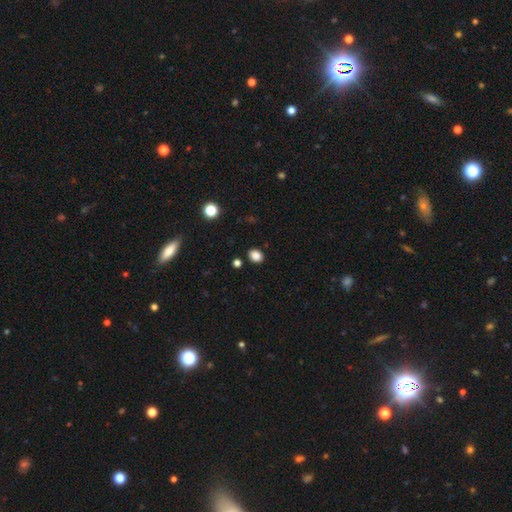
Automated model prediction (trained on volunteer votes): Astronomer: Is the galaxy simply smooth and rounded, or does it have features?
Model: smooth — 85%.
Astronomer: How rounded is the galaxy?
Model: round — 51% (runner-up: in between, 48%).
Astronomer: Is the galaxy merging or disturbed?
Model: none — 88%.